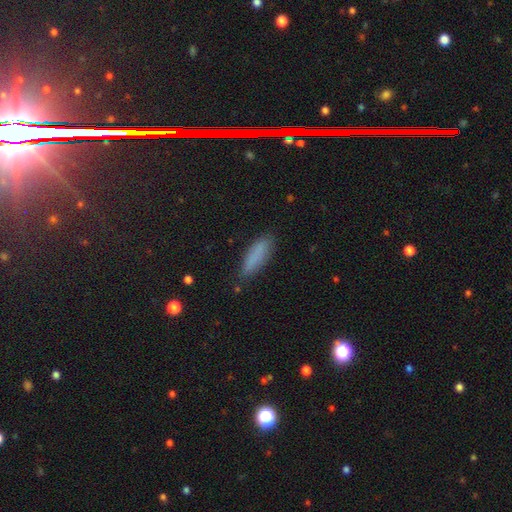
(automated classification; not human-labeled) smooth_or_featured: smooth (p=0.83) [alt: star or artifact p=0.09]
how_rounded: cigar-shaped (p=0.58) [alt: in between p=0.40]
merging: none (p=0.81) [alt: minor disturbance p=0.14]